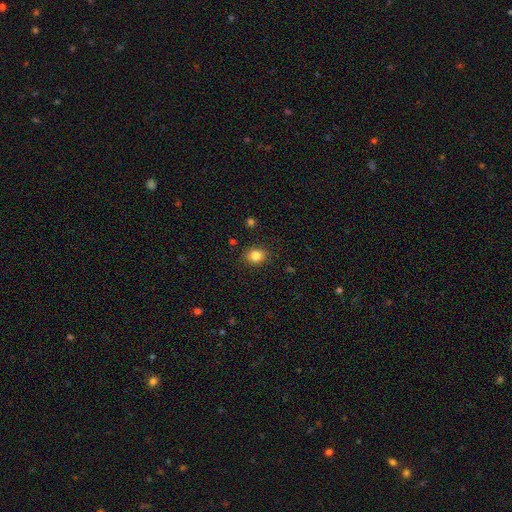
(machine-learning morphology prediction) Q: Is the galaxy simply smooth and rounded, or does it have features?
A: smooth — 84%.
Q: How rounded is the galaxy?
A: round — 57%.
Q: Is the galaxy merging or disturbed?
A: none — 87%.